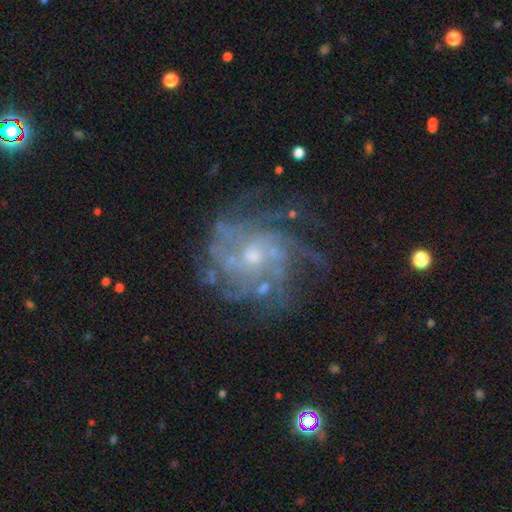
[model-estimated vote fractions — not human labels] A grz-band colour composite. It shows a featured or disk galaxy (83%) with no bar (71%), tight (52%) spiral arms (93%) and a small central bulge (61%). Merging: none (70%).